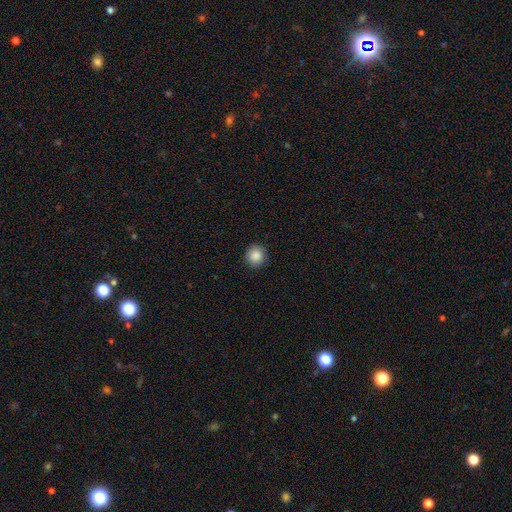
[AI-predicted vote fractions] The model was most divided on "smooth or featured": smooth: 87%, star or artifact: 9%, featured or disk: 4%. More confident: how rounded — round (90%); merging — none (90%).